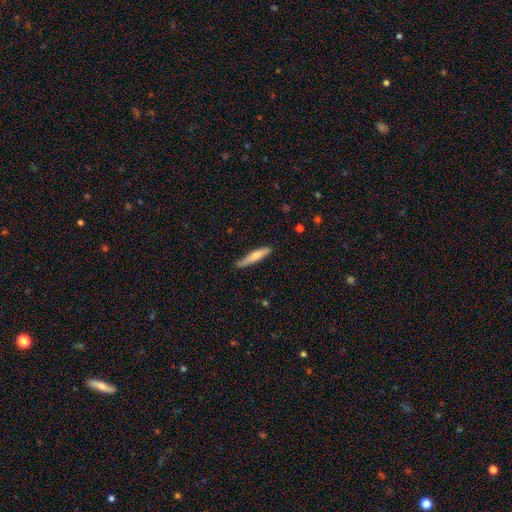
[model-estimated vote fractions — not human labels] A smooth galaxy with no disk features (65%) that is cigar-shaped (89%).

Vote fractions:
- Smooth or featured? smooth: 65% / featured or disk: 30% / star or artifact: 5%
- How rounded? cigar-shaped: 89% / in between: 10% / round: 1%
- Merging? none: 82% / minor disturbance: 14% / major disturbance: 2% / merger: 2%